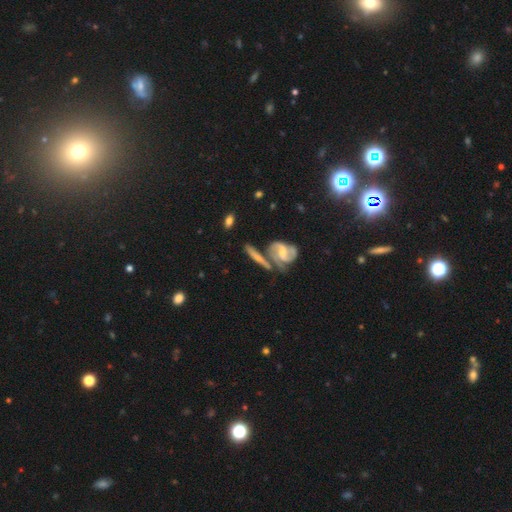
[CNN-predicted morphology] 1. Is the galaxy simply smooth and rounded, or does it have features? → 65% featured or disk, 27% smooth, 8% star or artifact.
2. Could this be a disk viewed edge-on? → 57% no, 43% yes.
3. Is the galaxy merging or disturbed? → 54% none, 26% merger, 14% minor disturbance, 6% major disturbance.